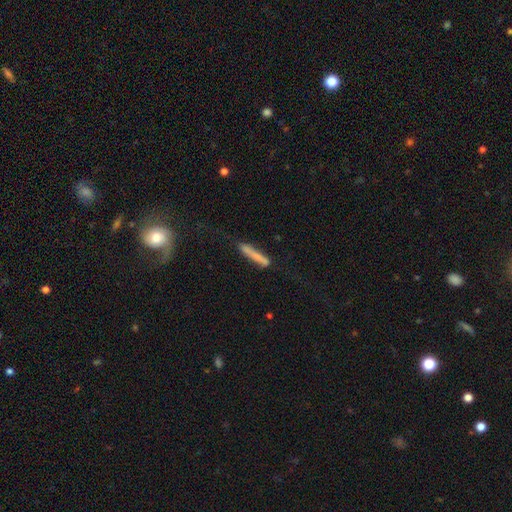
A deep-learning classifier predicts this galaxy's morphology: smooth 71%, featured or disk 21%, star or artifact 7%. Down the decision tree: how rounded — cigar-shaped (94%); merging — none (71%).